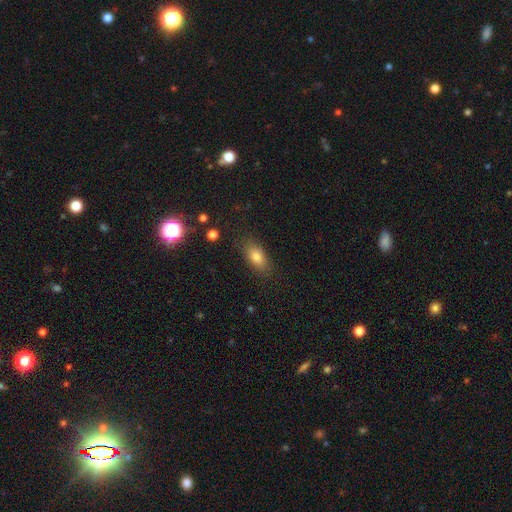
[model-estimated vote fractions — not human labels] Smooth or featured: smooth — 72% (star or artifact — 17%)
How rounded: in between — 76% (round — 13%)
Merging: none — 85% (minor disturbance — 10%)